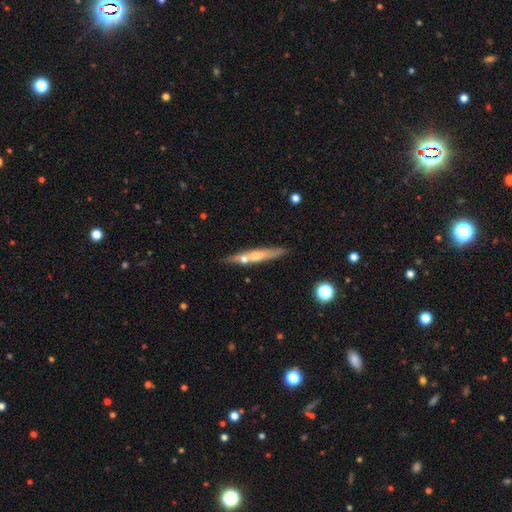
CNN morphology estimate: smooth_or_featured: featured or disk (p=0.54) [alt: smooth p=0.38]
disk_edge_on: yes (p=0.90) [alt: no p=0.10]
merging: none (p=0.74) [alt: merger p=0.12]